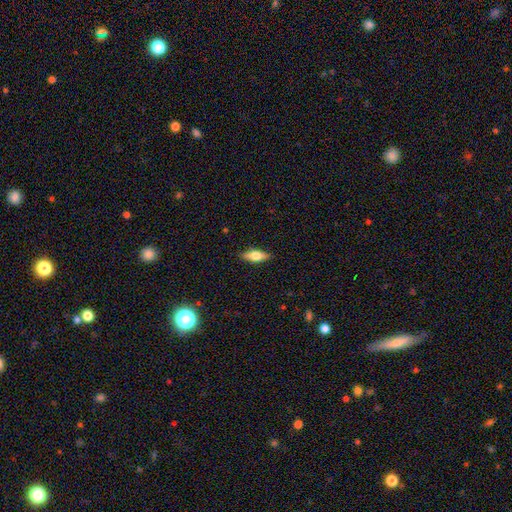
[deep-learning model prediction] smooth_or_featured: smooth (p=0.59) [alt: featured or disk p=0.34]
how_rounded: in between (p=0.68) [alt: cigar-shaped p=0.28]
merging: none (p=0.87) [alt: minor disturbance p=0.10]